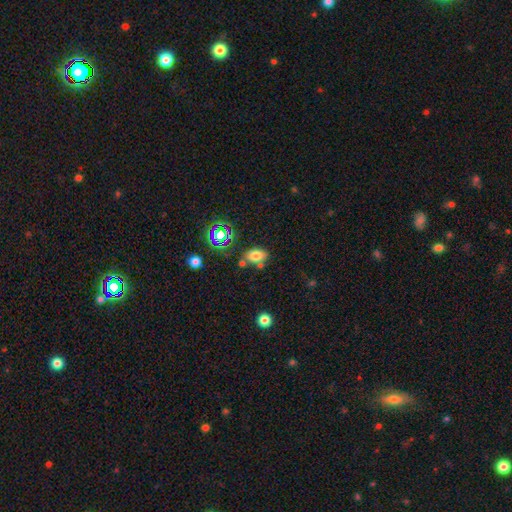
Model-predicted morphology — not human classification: A smooth galaxy with no disk features (74%) that is in between round and cigar-shaped (86%).

Vote fractions:
- Smooth or featured? smooth: 74% / star or artifact: 16% / featured or disk: 11%
- How rounded? in between: 86% / round: 12% / cigar-shaped: 2%
- Merging? none: 71% / minor disturbance: 14% / merger: 11% / major disturbance: 4%